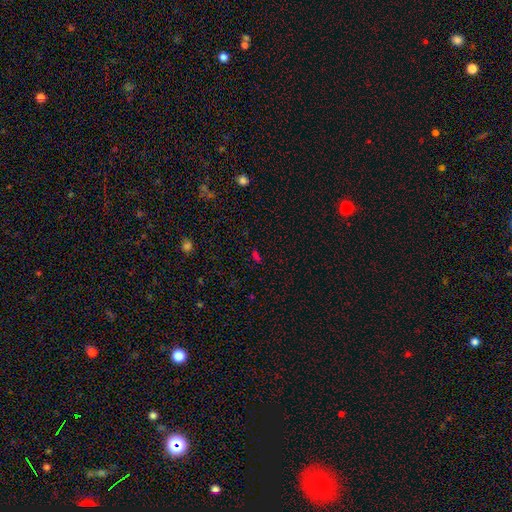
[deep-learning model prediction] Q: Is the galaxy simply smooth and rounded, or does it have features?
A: smooth — 46%.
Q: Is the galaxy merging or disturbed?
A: none — 74%.